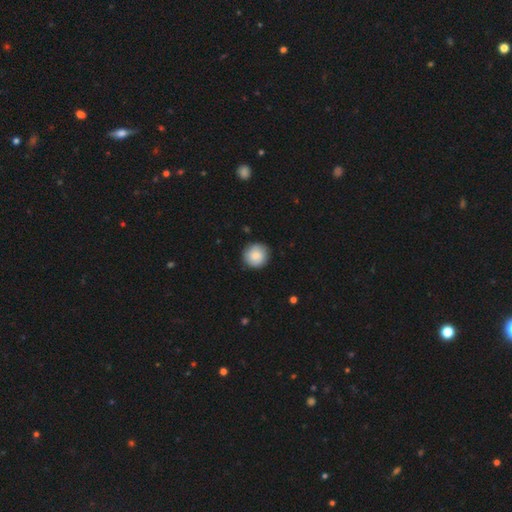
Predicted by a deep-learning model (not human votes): Smooth or featured? Predicted: smooth (p=0.84). How rounded? Predicted: round (p=0.94). Merging? Predicted: none (p=0.88).